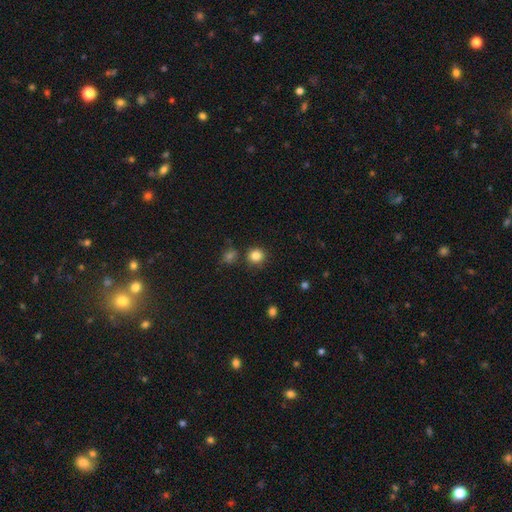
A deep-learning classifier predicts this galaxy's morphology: The model was most divided on "merging": none: 81%, minor disturbance: 9%, merger: 7%, major disturbance: 3%. More confident: how rounded — round (89%); smooth or featured — smooth (84%).